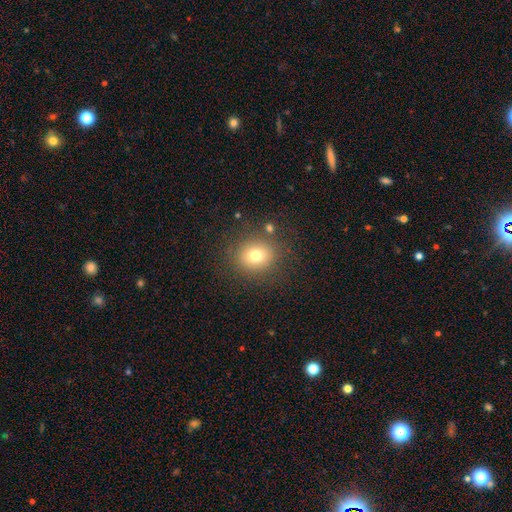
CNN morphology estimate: A smooth galaxy with no disk features (73%) that is round (78%). Merging: none (82%).